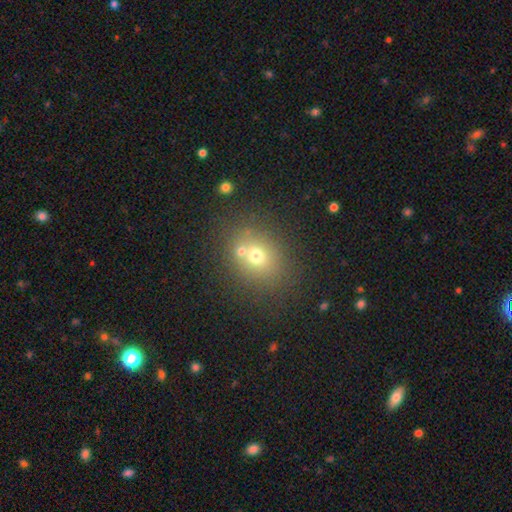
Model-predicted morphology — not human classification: This appears to be a smooth galaxy with no disk features (66%) that is round (65%). Merging: none (63%).